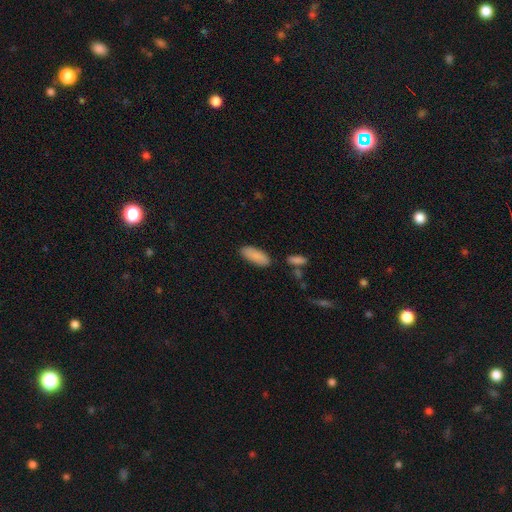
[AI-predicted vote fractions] A smooth galaxy with no disk features (88%) that is in between round and cigar-shaped (79%). Merging: none (82%).